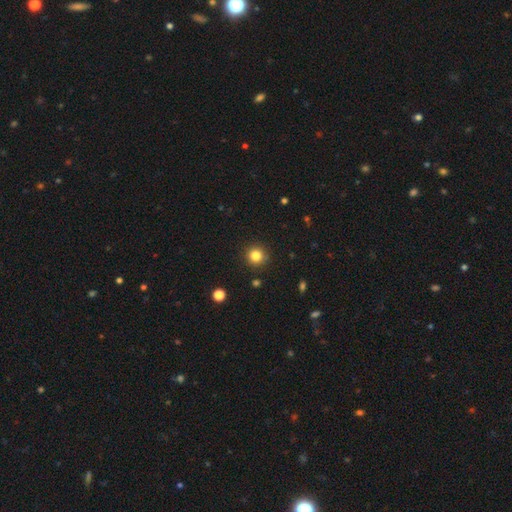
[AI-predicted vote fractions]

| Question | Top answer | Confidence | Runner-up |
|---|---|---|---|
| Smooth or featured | smooth | 83% | star or artifact (12%) |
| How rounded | round | 94% | in between (5%) |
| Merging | none | 90% | minor disturbance (6%) |